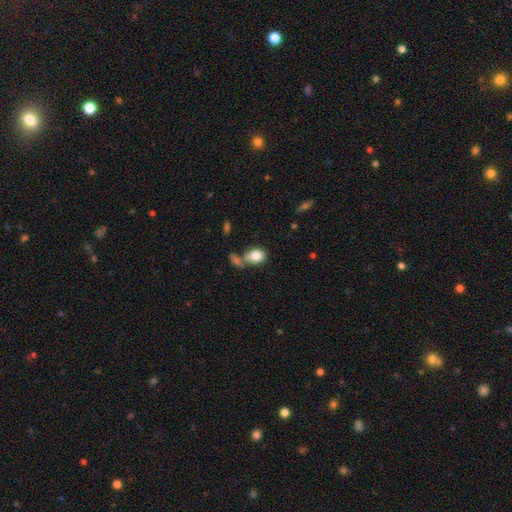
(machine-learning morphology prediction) This is clearly a smooth galaxy (82%). How rounded: likely in between (61%). Merging: possibly none (49%).